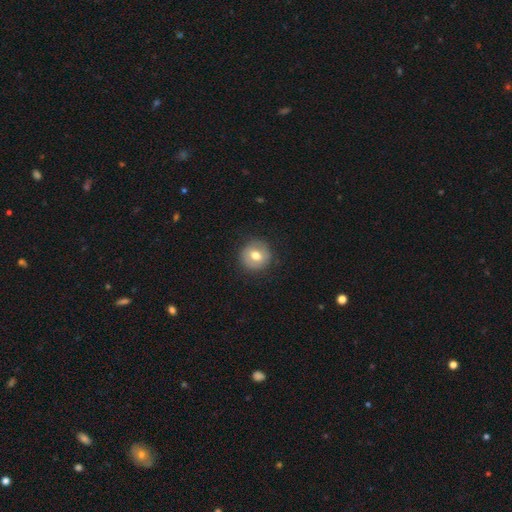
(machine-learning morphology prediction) A smooth galaxy with no disk features (65%) that is round (93%).

Vote fractions:
- Smooth or featured? smooth: 65% / featured or disk: 26% / star or artifact: 9%
- How rounded? round: 93% / in between: 6% / cigar-shaped: 1%
- Merging? none: 87% / minor disturbance: 9% / major disturbance: 3% / merger: 1%